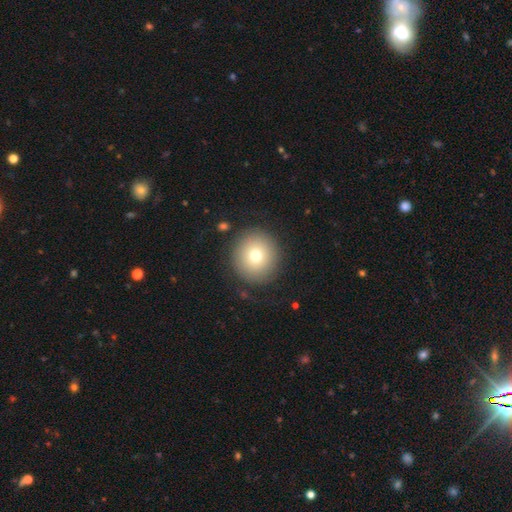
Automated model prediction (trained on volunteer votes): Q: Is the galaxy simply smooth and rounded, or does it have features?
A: smooth — 74%.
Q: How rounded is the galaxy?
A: round — 93%.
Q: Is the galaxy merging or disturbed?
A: none — 88%.